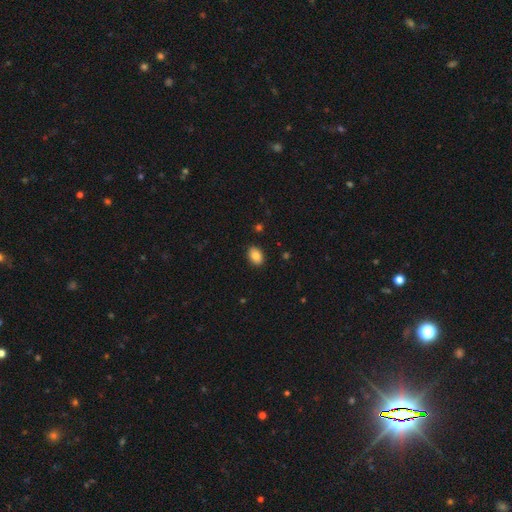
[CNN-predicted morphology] type=smooth (85%); roundness=in between (84%); merging=none (89%).